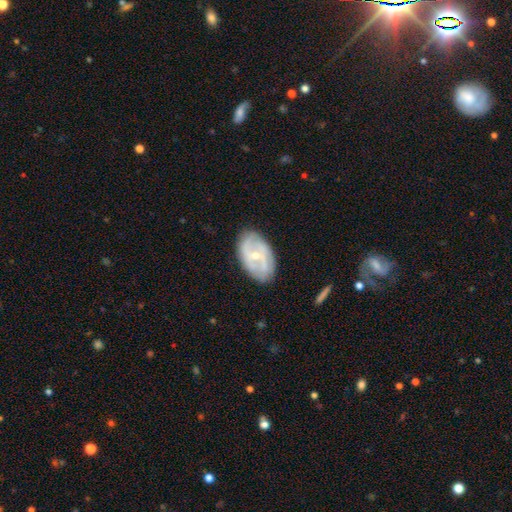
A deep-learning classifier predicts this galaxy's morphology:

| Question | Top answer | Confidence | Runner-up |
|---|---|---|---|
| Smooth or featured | featured or disk | 72% | smooth (22%) |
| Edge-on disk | no | 95% | yes (5%) |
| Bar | weak | 47% | no (35%) |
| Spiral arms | yes | 79% | no (21%) |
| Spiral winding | medium | 41% | tight (31%) |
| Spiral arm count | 2 | 61% | can't tell (24%) |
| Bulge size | small | 64% | moderate (32%) |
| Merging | none | 79% | minor disturbance (15%) |